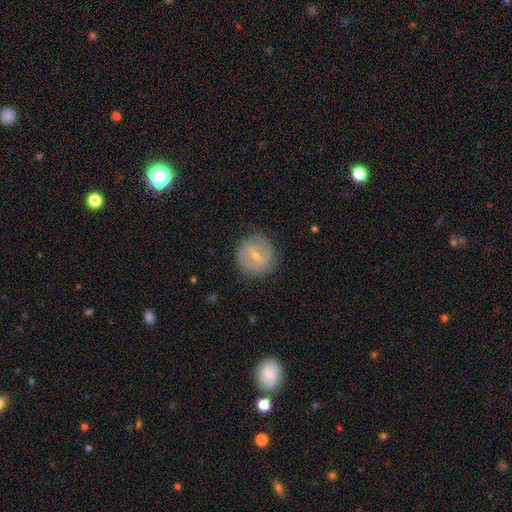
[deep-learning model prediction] A featured or disk galaxy (55%) with a weak bar (51%), spiral arms (67%) and a small central bulge (51%).

Vote fractions:
- Smooth or featured? featured or disk: 55% / smooth: 37% / star or artifact: 8%
- Edge-on disk? no: 96% / yes: 4%
- Bar? weak: 51% / no: 34% / strong: 15%
- Spiral arms? yes: 67% / no: 33%
- Bulge size? small: 51% / moderate: 46% / large: 1% / none: 1% / dominant: 1%
- Merging? none: 78% / minor disturbance: 16% / major disturbance: 5% / merger: 1%